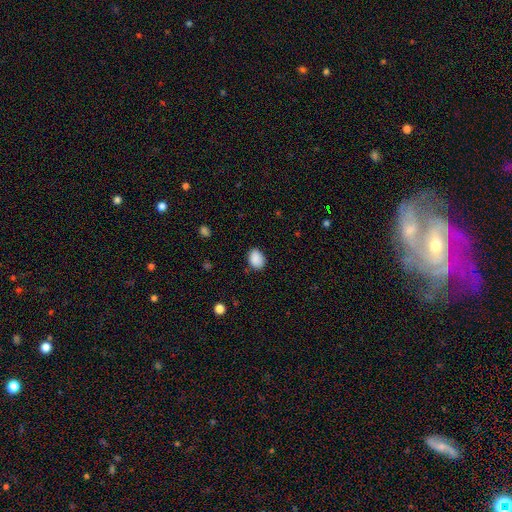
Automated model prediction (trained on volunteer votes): A smooth galaxy with no disk features (89%) that is in between round and cigar-shaped (67%). Merging: none (81%).